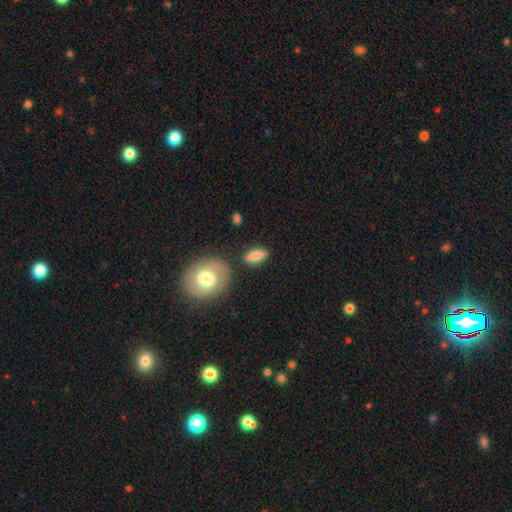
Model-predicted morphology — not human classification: Overall: smooth (82%). How rounded: in between (73%). Merging: none (77%).